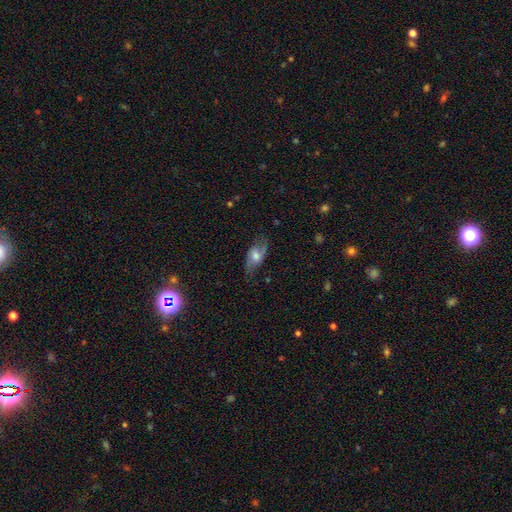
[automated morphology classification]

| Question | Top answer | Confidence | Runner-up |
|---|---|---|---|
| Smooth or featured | featured or disk | 56% | smooth (36%) |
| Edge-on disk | no | 86% | yes (14%) |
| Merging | none | 68% | minor disturbance (20%) |